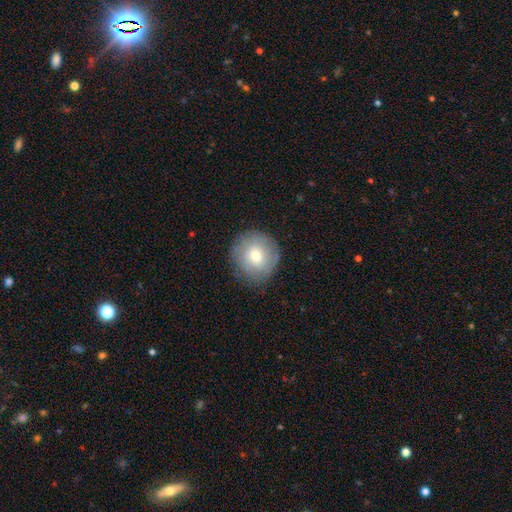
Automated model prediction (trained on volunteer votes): This appears to be a smooth galaxy with no disk features (59%) that is round (92%). Merging: none (83%).